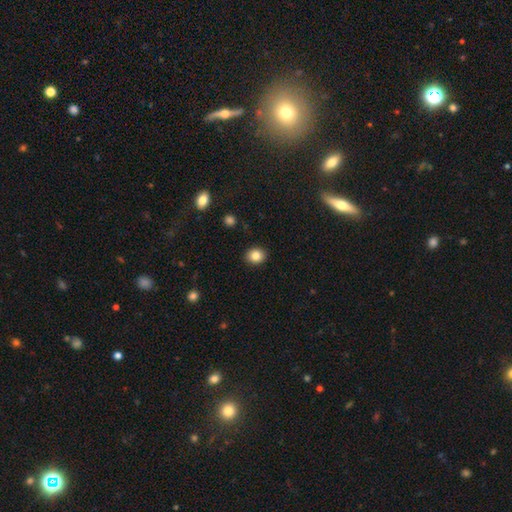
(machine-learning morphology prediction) This is clearly a smooth galaxy (85%). How rounded: likely round (62%). Merging: clearly none (91%).